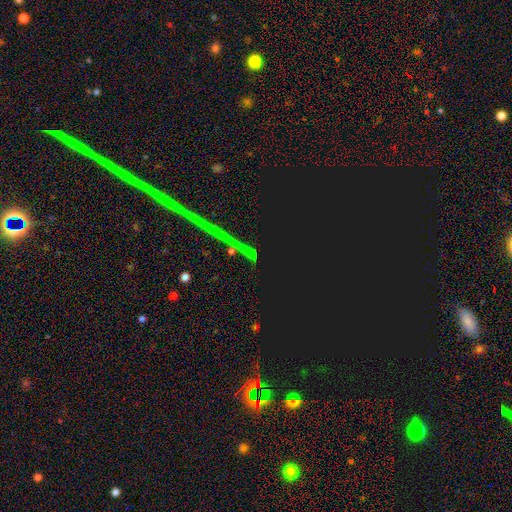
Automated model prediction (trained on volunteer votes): star or artifact 82%, smooth 10%, featured or disk 9%.